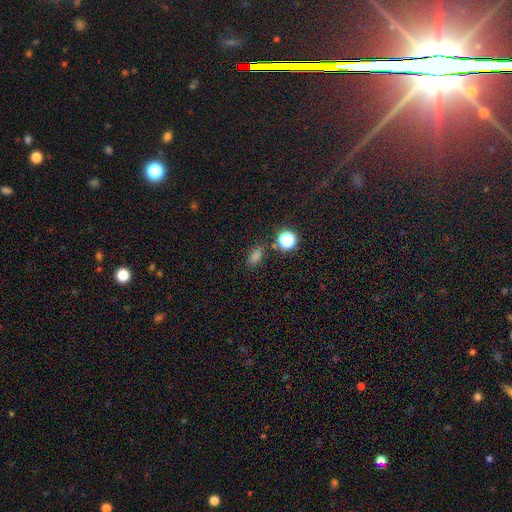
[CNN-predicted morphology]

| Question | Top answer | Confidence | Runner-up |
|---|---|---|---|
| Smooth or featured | smooth | 73% | star or artifact (21%) |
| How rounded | in between | 74% | round (19%) |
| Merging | none | 81% | minor disturbance (11%) |